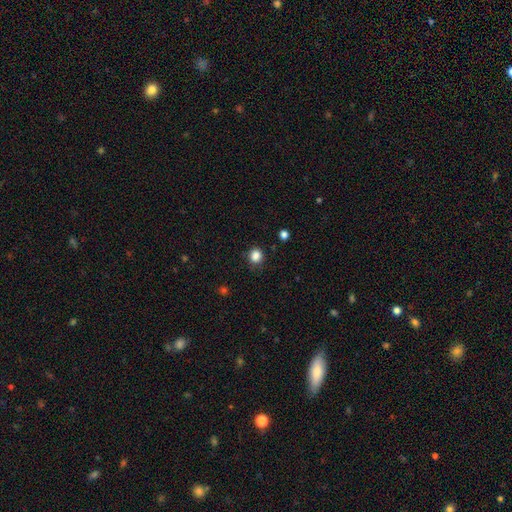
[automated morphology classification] Smooth or featured? Predicted: smooth (p=0.85). How rounded? Predicted: round (p=0.82). Merging? Predicted: none (p=0.83).